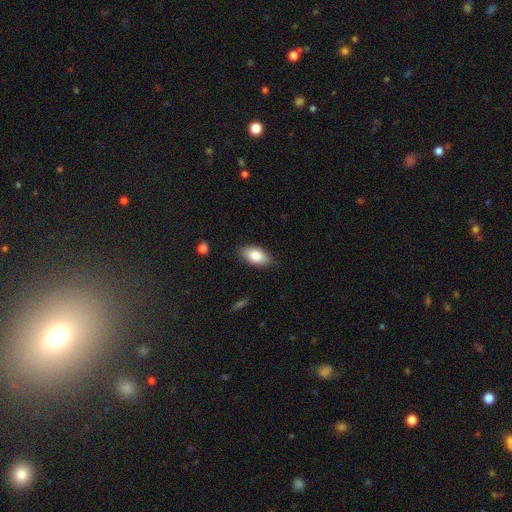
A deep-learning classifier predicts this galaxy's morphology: type=smooth (84%); roundness=in between (93%); merging=none (85%).